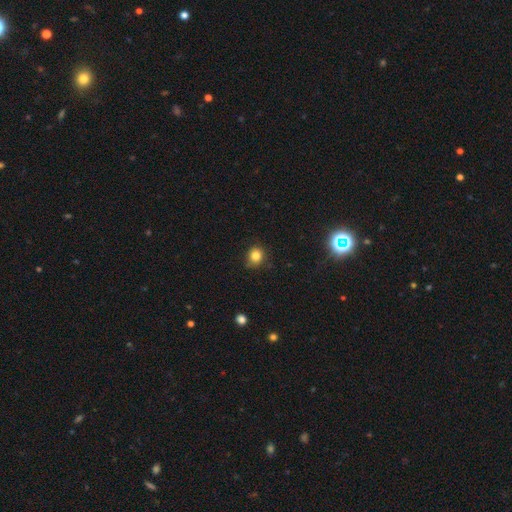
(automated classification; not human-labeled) smooth_or_featured: smooth (p=0.82) [alt: star or artifact p=0.12]
how_rounded: round (p=0.82) [alt: in between p=0.17]
merging: none (p=0.79) [alt: minor disturbance p=0.16]